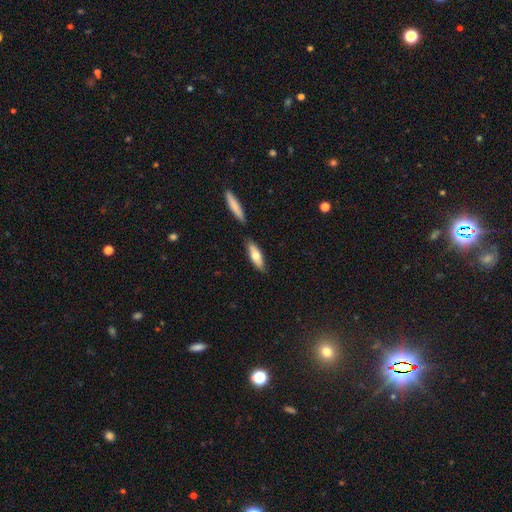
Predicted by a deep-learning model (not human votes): smooth_or_featured: smooth (p=0.69) [alt: featured or disk p=0.25]
how_rounded: in between (p=0.54) [alt: cigar-shaped p=0.44]
merging: none (p=0.79) [alt: minor disturbance p=0.12]